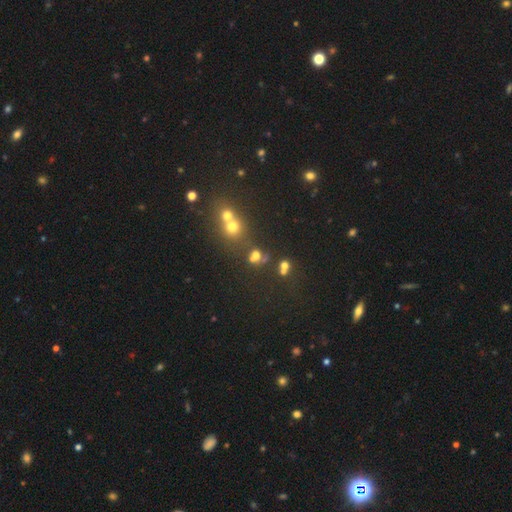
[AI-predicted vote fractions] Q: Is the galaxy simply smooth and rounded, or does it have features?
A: smooth — 59%.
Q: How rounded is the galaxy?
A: round — 68%.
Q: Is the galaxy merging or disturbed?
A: none — 46%.